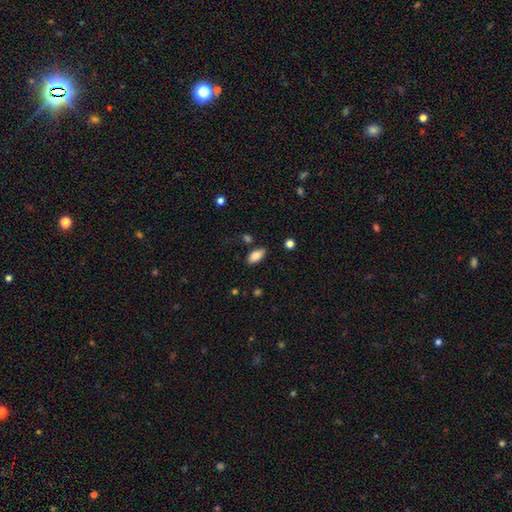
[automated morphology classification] smooth 84%, featured or disk 9%, star or artifact 7%. Down the decision tree: how rounded — in between (91%); merging — none (82%).